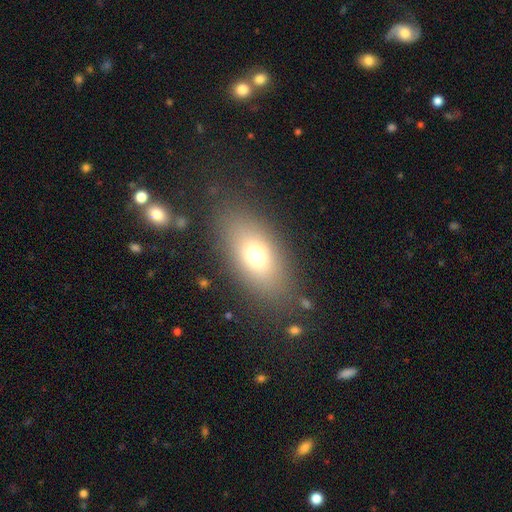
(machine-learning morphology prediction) type=smooth (70%); roundness=in between (83%); merging=none (82%).